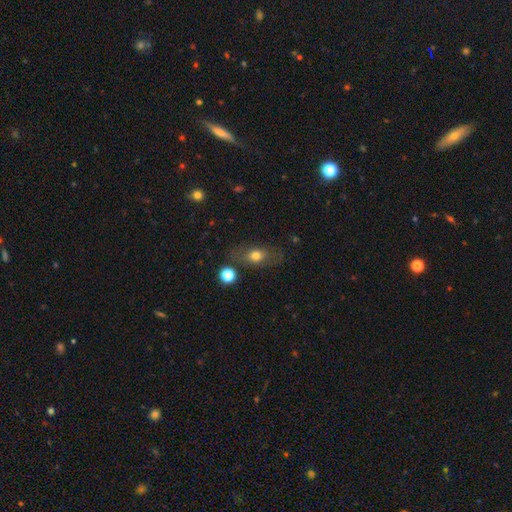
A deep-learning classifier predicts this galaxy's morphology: Smooth or featured: smooth — 68% (featured or disk — 21%)
How rounded: in between — 69% (round — 24%)
Merging: none — 72% (minor disturbance — 16%)